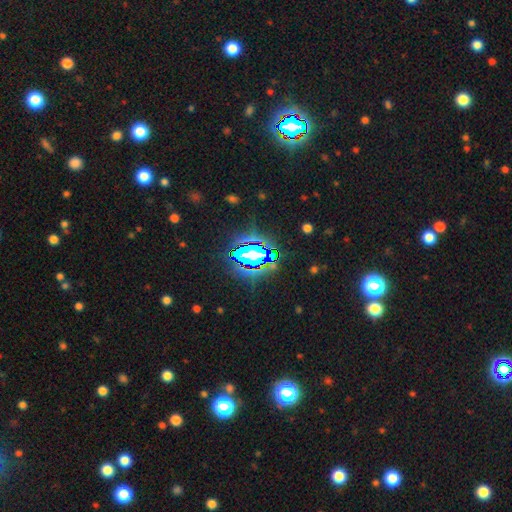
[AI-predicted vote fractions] A star or artifact, not a galaxy (66%).